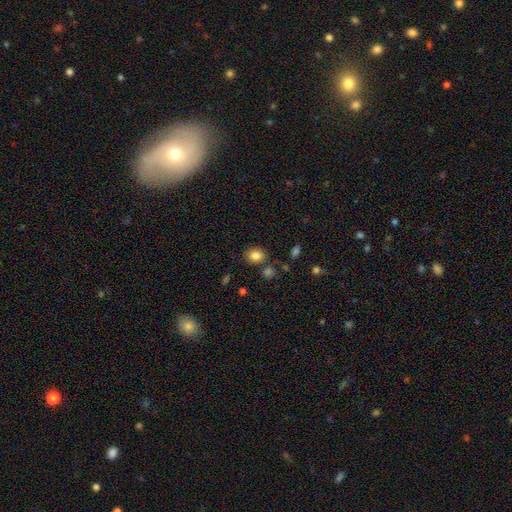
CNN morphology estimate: smooth_or_featured: smooth (p=0.84) [alt: star or artifact p=0.10]
how_rounded: in between (p=0.50) [alt: round p=0.49]
merging: none (p=0.77) [alt: minor disturbance p=0.13]